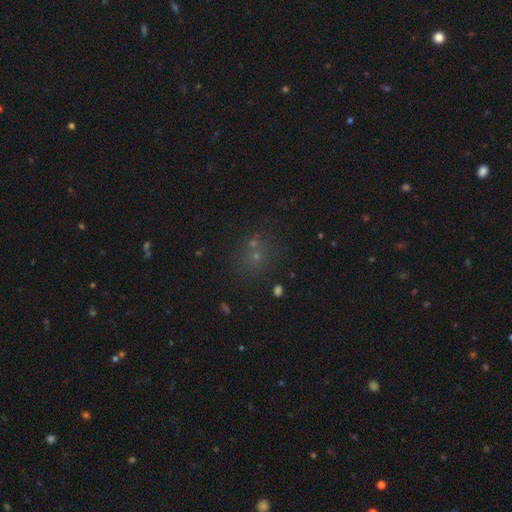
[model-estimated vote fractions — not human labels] A smooth galaxy with no disk features (47%).

Vote fractions:
- Smooth or featured? smooth: 47% / star or artifact: 41% / featured or disk: 12%
- Merging? none: 65% / merger: 19% / minor disturbance: 10% / major disturbance: 5%